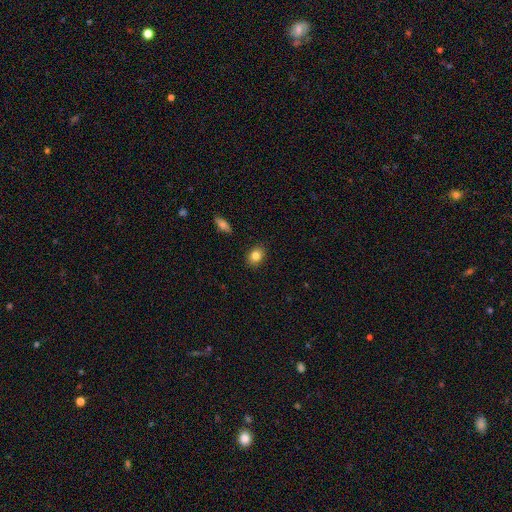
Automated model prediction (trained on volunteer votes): A smooth galaxy with no disk features (83%) that is in between round and cigar-shaped (61%).

Vote fractions:
- Smooth or featured? smooth: 83% / star or artifact: 9% / featured or disk: 8%
- How rounded? in between: 61% / round: 38% / cigar-shaped: 1%
- Merging? none: 88% / minor disturbance: 9% / major disturbance: 2% / merger: 1%